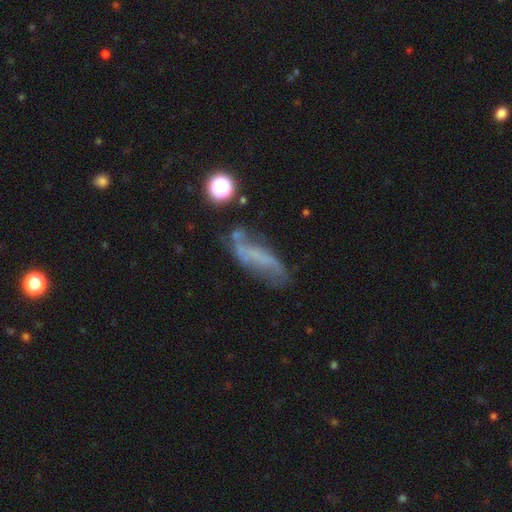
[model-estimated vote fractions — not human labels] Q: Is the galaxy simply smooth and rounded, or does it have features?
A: featured or disk — 55%.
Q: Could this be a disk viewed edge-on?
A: no — 80%.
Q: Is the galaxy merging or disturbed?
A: none — 50%.